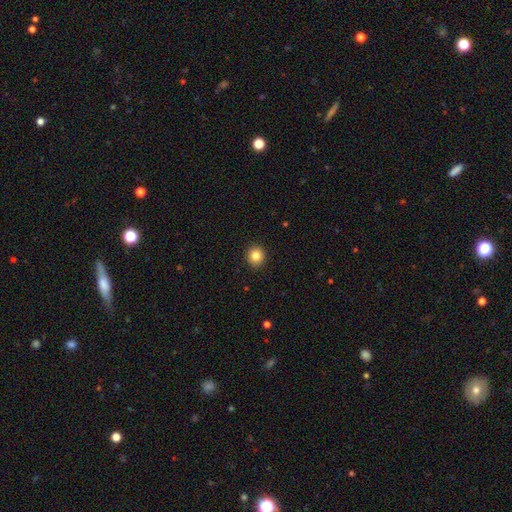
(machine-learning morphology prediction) Smooth or featured?
  - smooth: 84% *
  - star or artifact: 11%
  - featured or disk: 5%
How rounded?
  - round: 90% *
  - in between: 9%
  - cigar-shaped: 1%
Merging?
  - none: 92% *
  - minor disturbance: 5%
  - major disturbance: 2%
  - merger: 1%